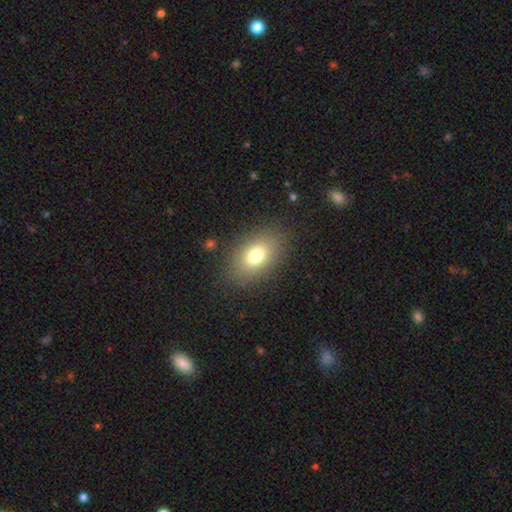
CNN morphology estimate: Smooth or featured: smooth — 76% (featured or disk — 13%)
How rounded: in between — 84% (round — 14%)
Merging: none — 85% (minor disturbance — 10%)